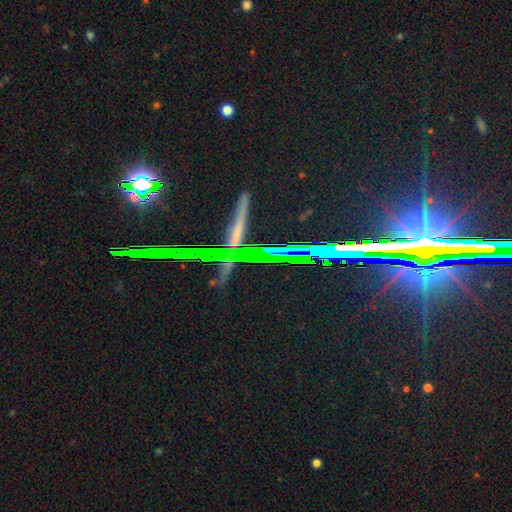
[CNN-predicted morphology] Q: Smooth or featured?
A: star or artifact (77%); runner-up: featured or disk (15%)